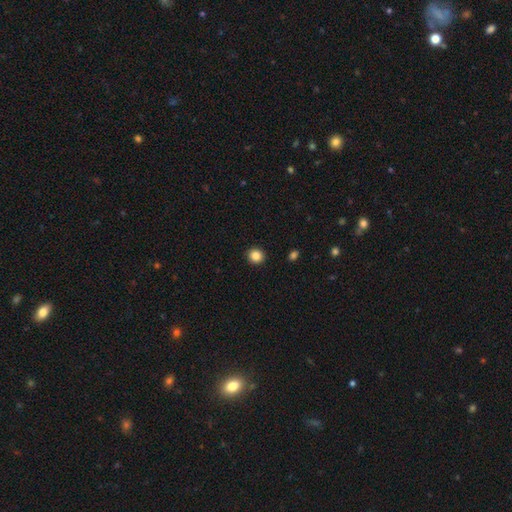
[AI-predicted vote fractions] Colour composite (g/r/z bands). It shows a smooth galaxy with no disk features (86%) that is round (88%). Merging: none (93%).